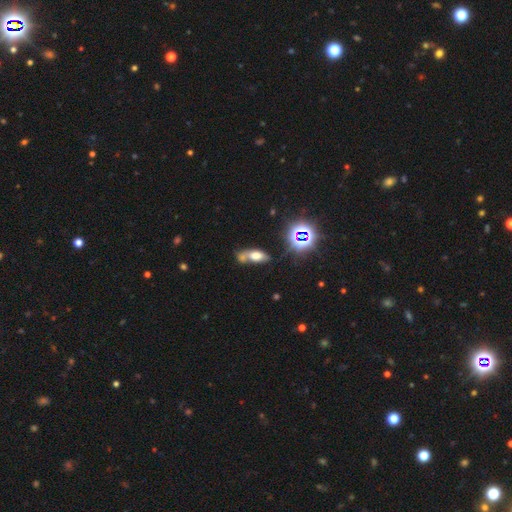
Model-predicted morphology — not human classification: Overall: smooth (57%; featured or disk 23%). How rounded: in between (75%). Merging: merger (40%; none 34%).